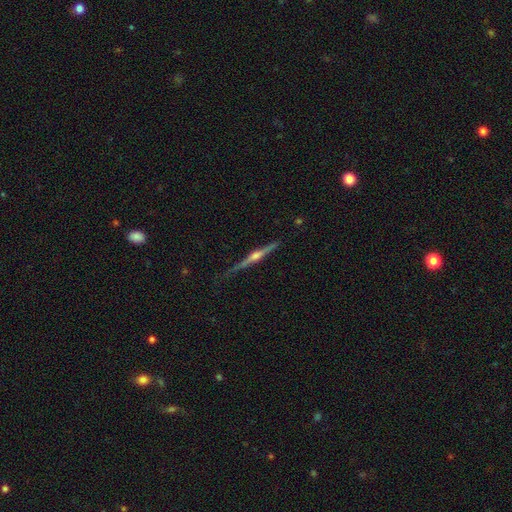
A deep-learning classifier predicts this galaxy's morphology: Smooth or featured? featured or disk (84%)
Edge-on disk? yes (98%)
Edge-on bulge? rounded (91%)
Merging? none (81%)